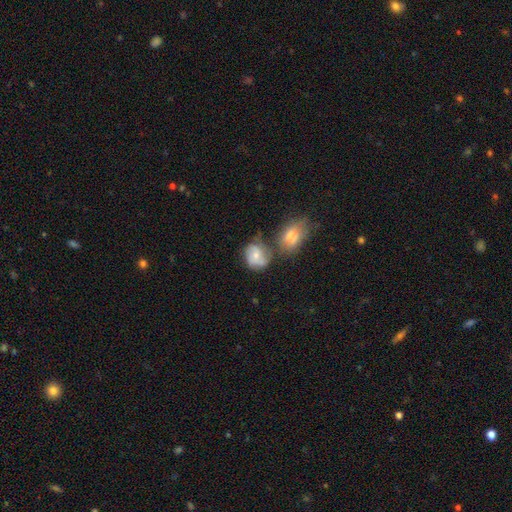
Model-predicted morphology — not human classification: smooth_or_featured: smooth (p=0.48) [alt: featured or disk p=0.44]
merging: none (p=0.39) [alt: merger p=0.30]